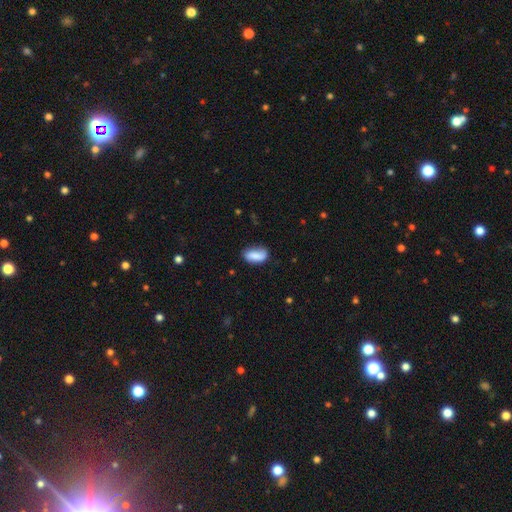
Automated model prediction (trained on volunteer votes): This appears to be a smooth galaxy with no disk features (78%) that is in between round and cigar-shaped (88%). Merging: none (63%).